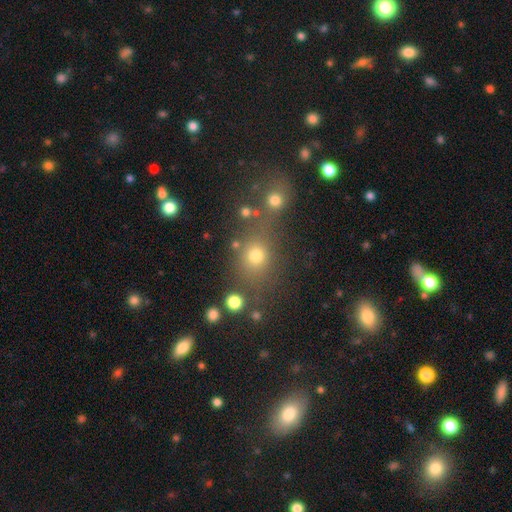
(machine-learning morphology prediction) smooth 70%, star or artifact 21%, featured or disk 9%. Down the decision tree: how rounded — round (73%); merging — none (58%).